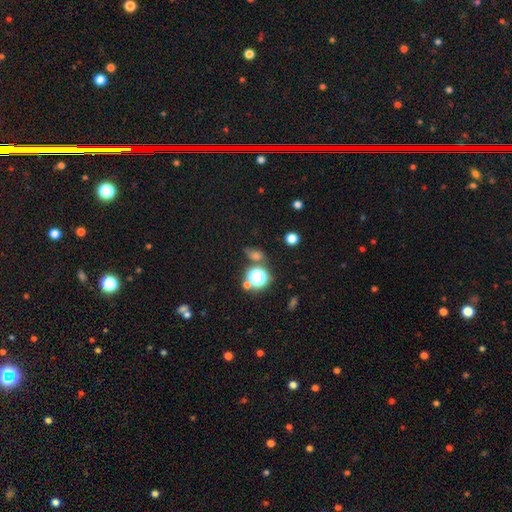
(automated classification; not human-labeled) Smooth or featured: smooth — 46% (star or artifact — 43%)
Merging: none — 71% (minor disturbance — 13%)